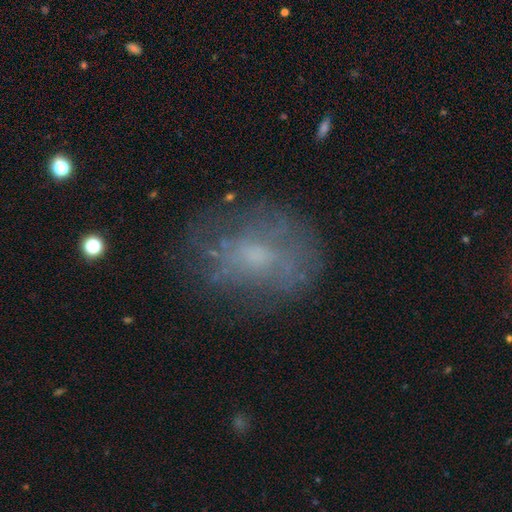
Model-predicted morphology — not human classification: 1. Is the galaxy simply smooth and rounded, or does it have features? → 45% featured or disk, 42% smooth, 13% star or artifact.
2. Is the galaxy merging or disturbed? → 65% none, 20% minor disturbance, 13% major disturbance, 2% merger.